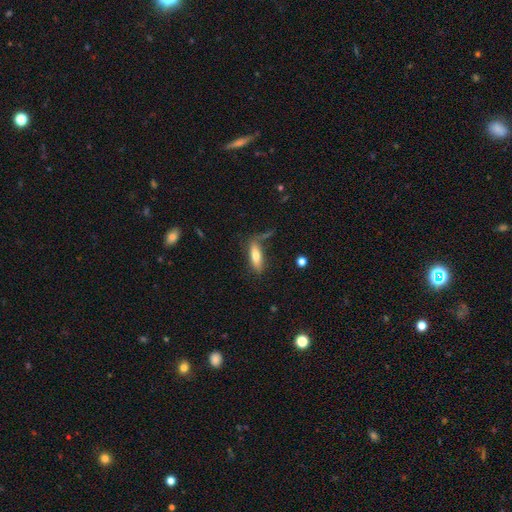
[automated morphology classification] smooth 68%, featured or disk 24%, star or artifact 7%. Down the decision tree: how rounded — cigar-shaped (51%); merging — none (64%).